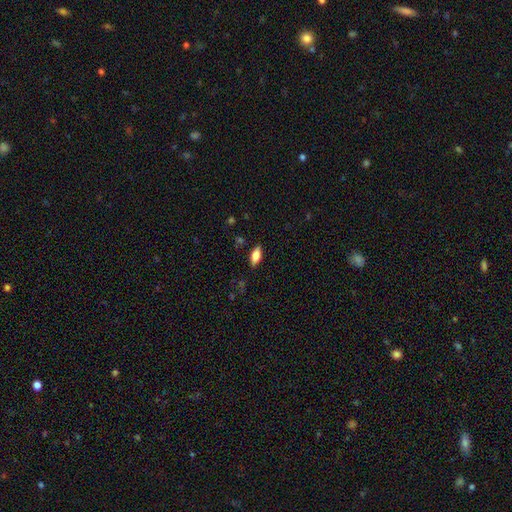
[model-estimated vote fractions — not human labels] smooth 75%, featured or disk 18%, star or artifact 7%. Down the decision tree: how rounded — in between (82%); merging — none (86%).